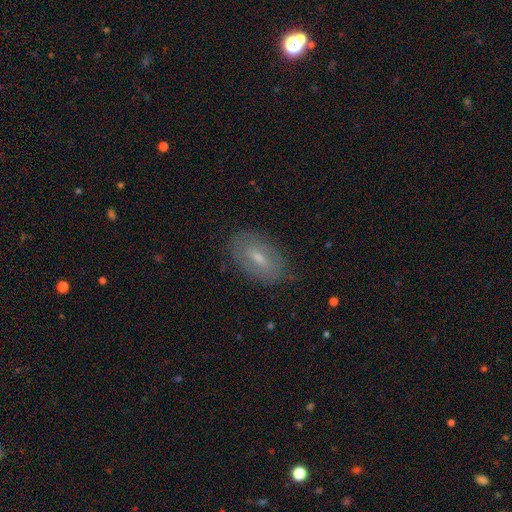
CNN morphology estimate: The model was most divided on "smooth or featured": featured or disk: 45%, smooth: 43%, star or artifact: 12%. More confident: merging — none (81%).